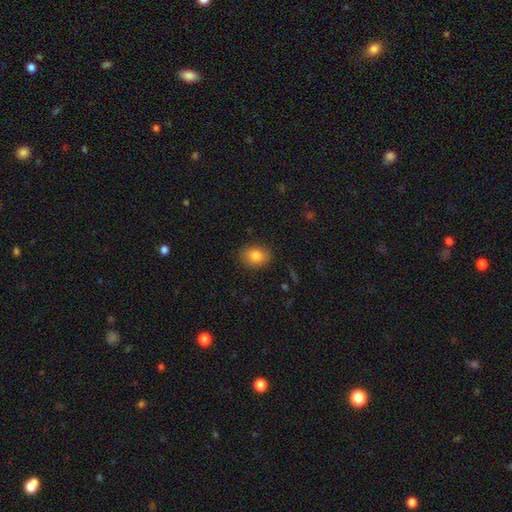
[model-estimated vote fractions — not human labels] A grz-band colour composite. It shows a smooth galaxy with no disk features (84%) that is in between round and cigar-shaped (57%). Merging: none (86%).